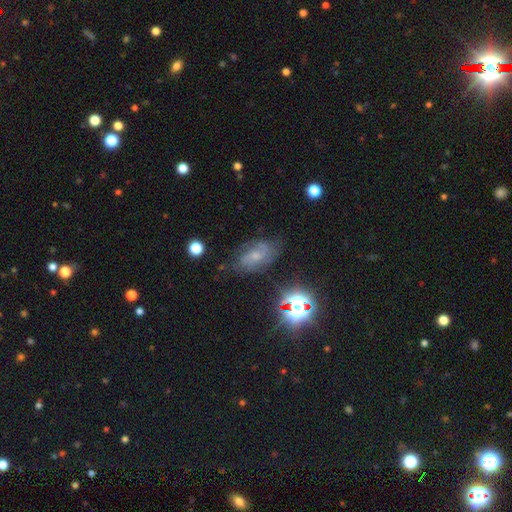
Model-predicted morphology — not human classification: Overall: featured or disk (56%; smooth 26%). Edge-on disk: no (94%). Bar: no (63%; weak 31%). Spiral arms: yes (83%). Bulge size: small (60%; moderate 28%). Merging: none (64%).